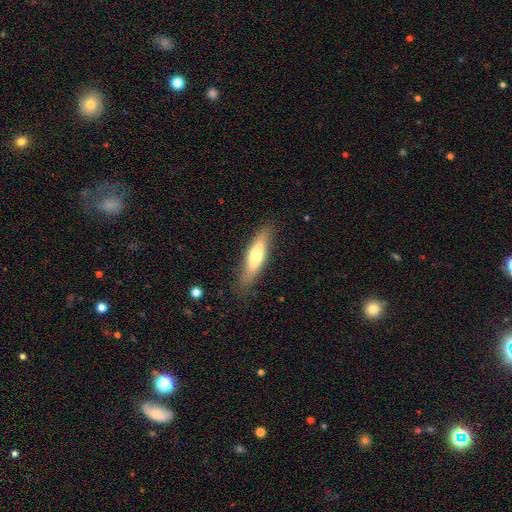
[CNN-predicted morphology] Overall: smooth (55%; featured or disk 39%). How rounded: cigar-shaped (72%). Merging: none (84%).